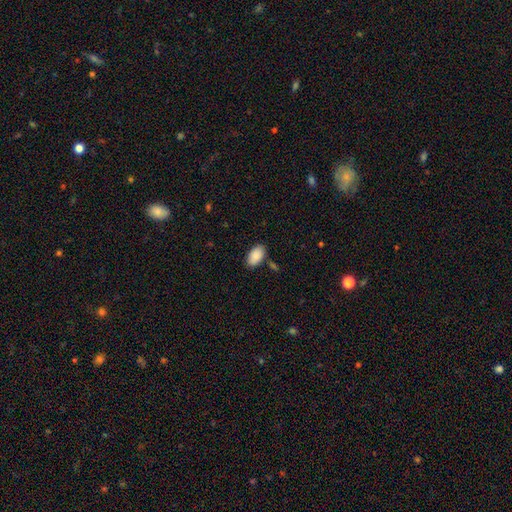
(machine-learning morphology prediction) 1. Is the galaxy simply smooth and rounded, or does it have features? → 89% smooth, 6% star or artifact, 4% featured or disk.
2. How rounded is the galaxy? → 95% in between, 3% round, 2% cigar-shaped.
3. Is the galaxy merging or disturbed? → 81% none, 12% minor disturbance, 4% merger, 3% major disturbance.